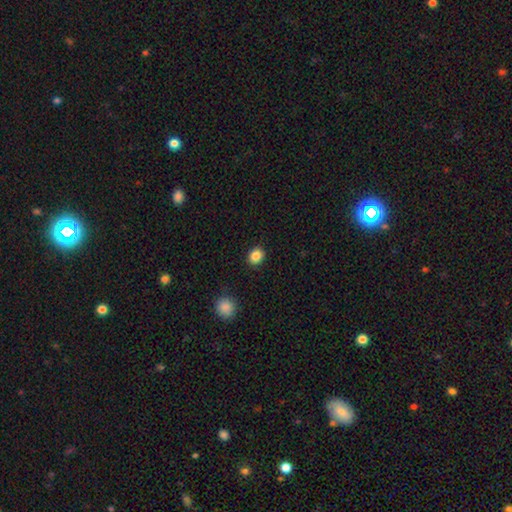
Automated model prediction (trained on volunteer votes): The model was most divided on "how rounded": round: 63%, in between: 36%, cigar-shaped: 1%. More confident: merging — none (90%); smooth or featured — smooth (86%).